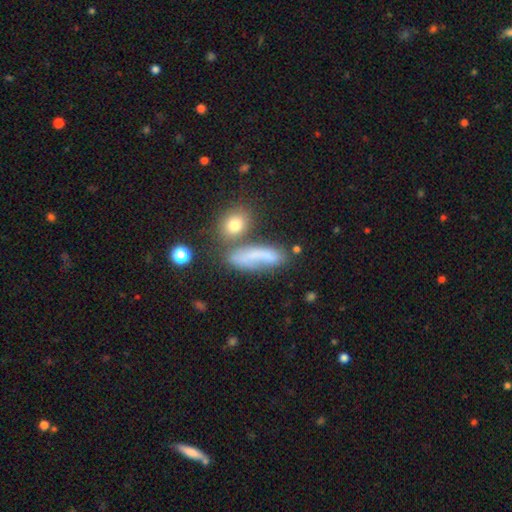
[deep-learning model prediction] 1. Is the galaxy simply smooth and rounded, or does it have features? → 60% smooth, 28% featured or disk, 12% star or artifact.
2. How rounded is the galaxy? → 50% cigar-shaped, 42% in between, 8% round.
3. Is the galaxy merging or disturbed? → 45% none, 21% minor disturbance, 20% merger, 13% major disturbance.